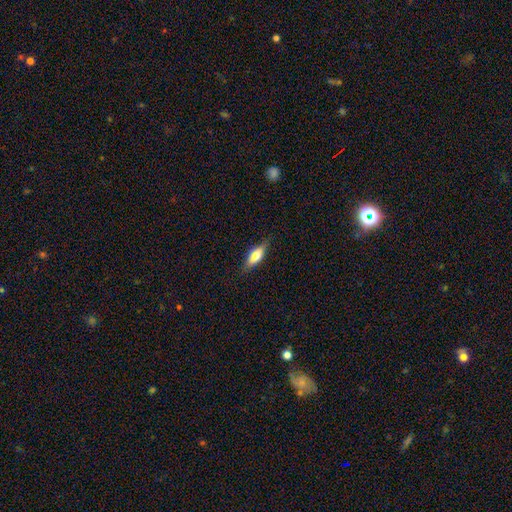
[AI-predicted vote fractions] smooth 62%, featured or disk 31%, star or artifact 7%. Down the decision tree: how rounded — in between (63%); merging — none (81%).